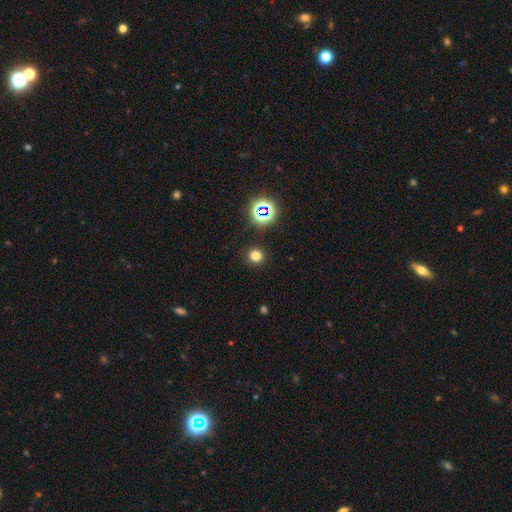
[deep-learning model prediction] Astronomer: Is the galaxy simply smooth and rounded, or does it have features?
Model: smooth — 74%.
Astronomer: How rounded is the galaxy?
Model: round — 94%.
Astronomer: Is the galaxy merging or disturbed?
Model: none — 91%.